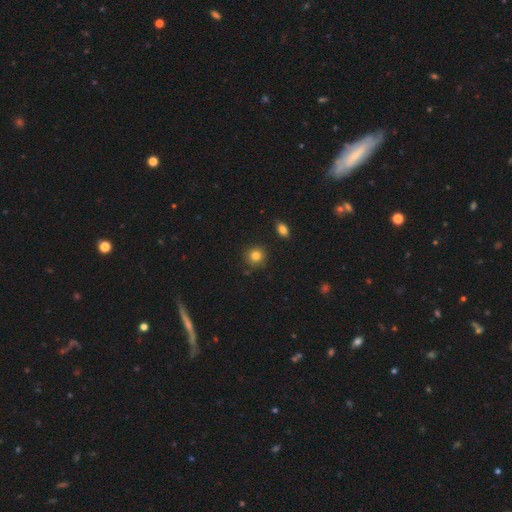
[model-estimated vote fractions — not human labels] Overall: smooth (83%). How rounded: round (90%). Merging: none (85%).